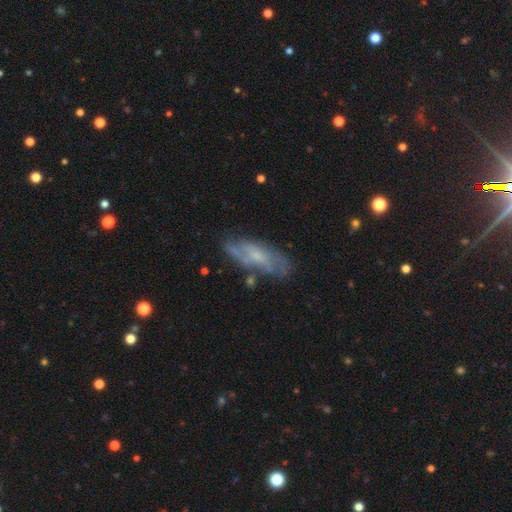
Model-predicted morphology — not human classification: type=featured or disk (59%); edge-on=no (80%); merging=none (64%).